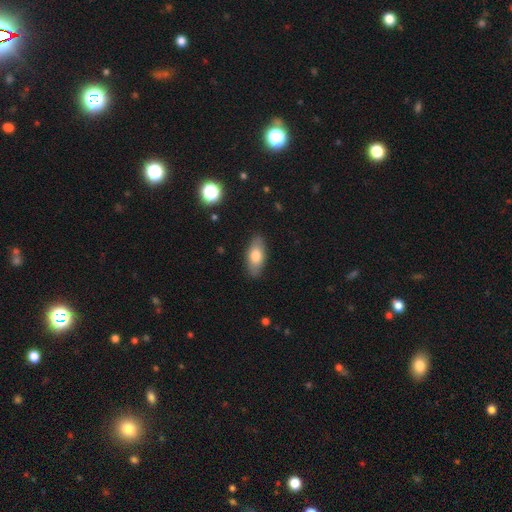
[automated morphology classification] Smooth or featured: smooth — 76% (featured or disk — 18%)
How rounded: in between — 87% (cigar-shaped — 10%)
Merging: none — 86% (minor disturbance — 11%)